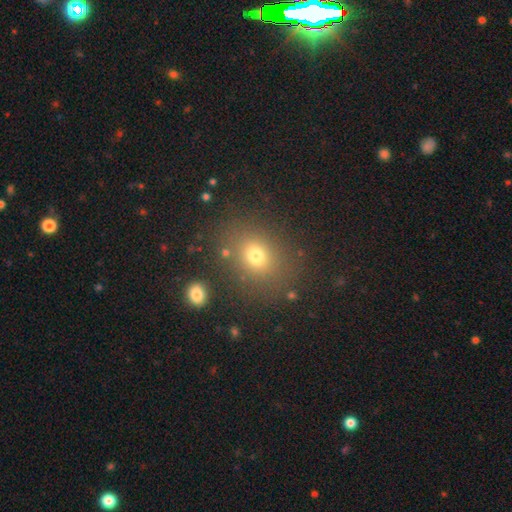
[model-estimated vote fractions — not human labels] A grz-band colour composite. It shows a smooth galaxy with no disk features (72%) that is round (51%). Merging: none (80%).